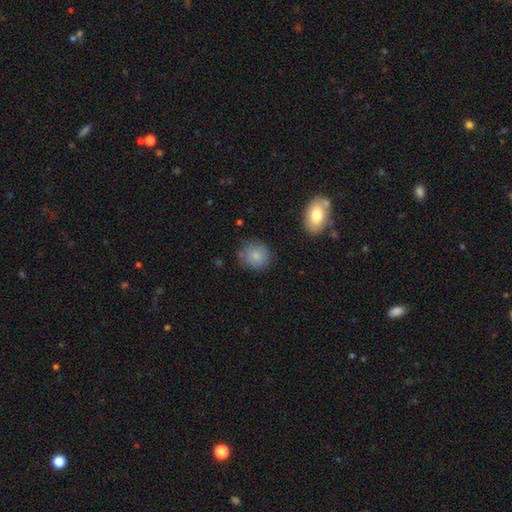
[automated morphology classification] The model was most divided on "merging": none: 80%, minor disturbance: 14%, major disturbance: 4%, merger: 3%. More confident: how rounded — round (86%); smooth or featured — smooth (84%).